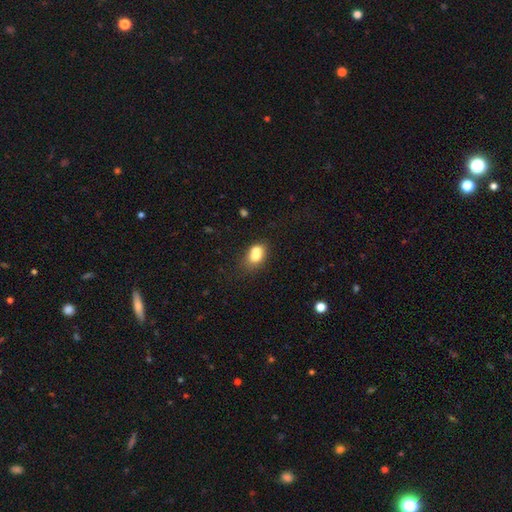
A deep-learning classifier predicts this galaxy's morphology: smooth_or_featured: smooth (p=0.70) [alt: featured or disk p=0.20]
how_rounded: in between (p=0.62) [alt: round p=0.37]
merging: merger (p=0.52) [alt: none p=0.31]